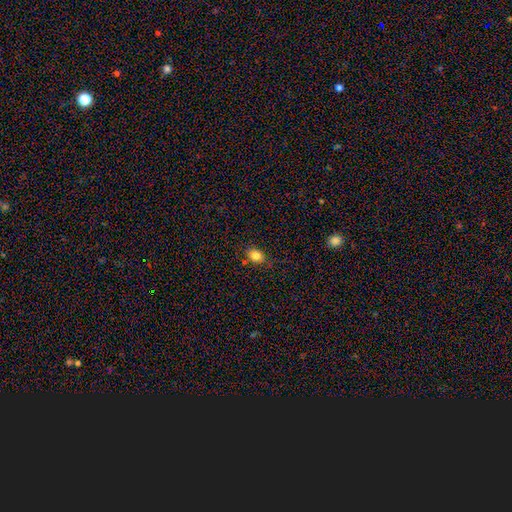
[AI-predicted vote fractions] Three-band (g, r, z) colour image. It shows a smooth galaxy with no disk features (83%) that is in between round and cigar-shaped (67%). Merging: none (79%).